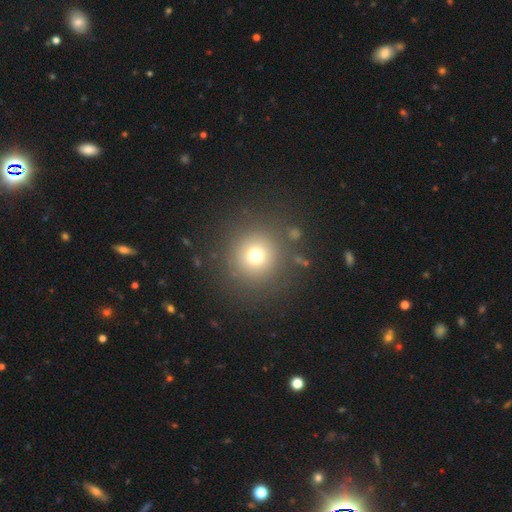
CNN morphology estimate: Q: Smooth or featured?
A: smooth (71%); runner-up: star or artifact (18%)
Q: How rounded?
A: round (95%); runner-up: in between (4%)
Q: Merging?
A: none (86%); runner-up: minor disturbance (7%)